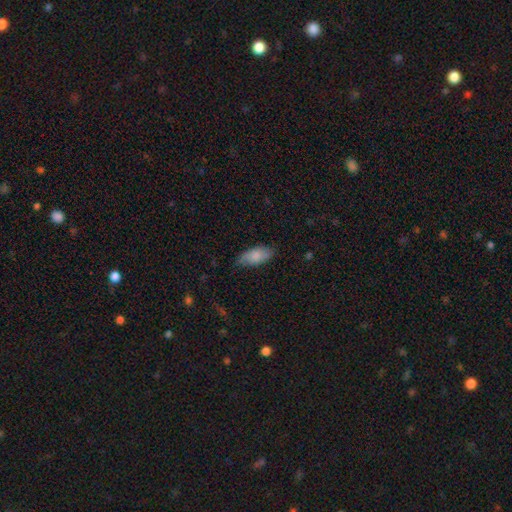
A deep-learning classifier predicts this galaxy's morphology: smooth_or_featured: smooth (p=0.83) [alt: featured or disk p=0.11]
how_rounded: in between (p=0.88) [alt: cigar-shaped p=0.10]
merging: none (p=0.75) [alt: minor disturbance p=0.21]